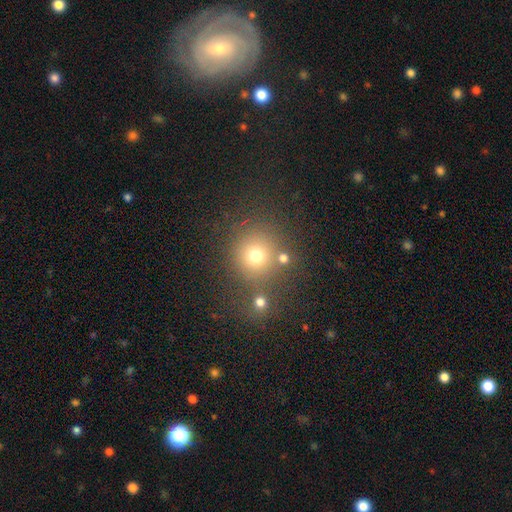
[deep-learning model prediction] Smooth or featured: smooth — 71% (star or artifact — 19%)
How rounded: round — 91% (in between — 8%)
Merging: none — 71% (merger — 15%)